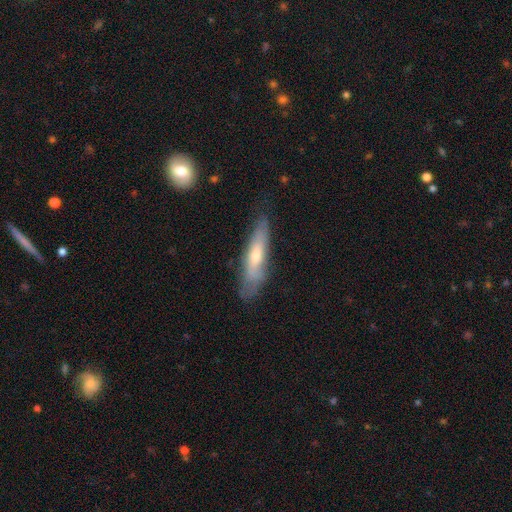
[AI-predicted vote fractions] Smooth or featured: smooth — 55% (featured or disk — 38%)
How rounded: cigar-shaped — 77% (in between — 21%)
Merging: none — 69% (minor disturbance — 23%)